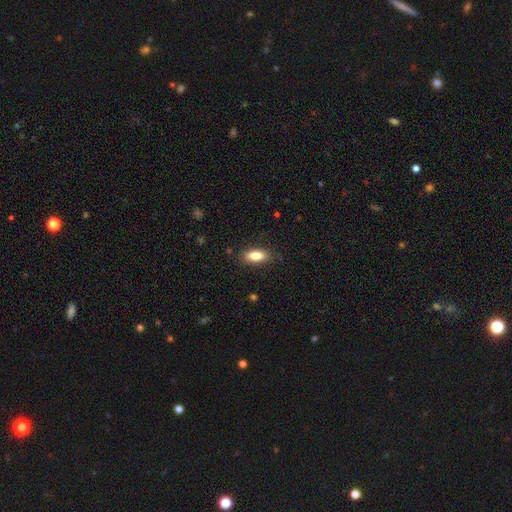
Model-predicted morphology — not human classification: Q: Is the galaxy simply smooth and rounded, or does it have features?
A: smooth — 82%.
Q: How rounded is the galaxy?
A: in between — 82%.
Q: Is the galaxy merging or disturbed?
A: none — 85%.